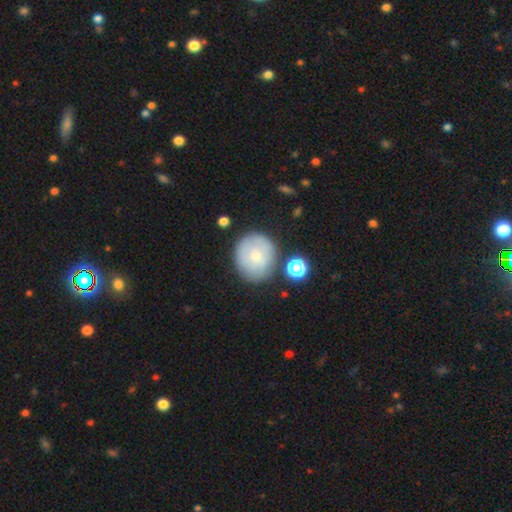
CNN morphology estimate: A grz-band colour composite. It shows a smooth galaxy with no disk features (66%) that is round (83%). Merging: none (73%).